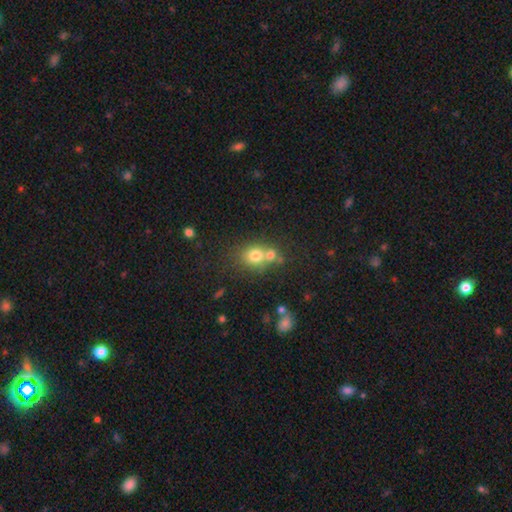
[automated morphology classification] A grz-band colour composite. It shows a smooth galaxy with no disk features (73%) that is round (72%). Merging: merger (44%).